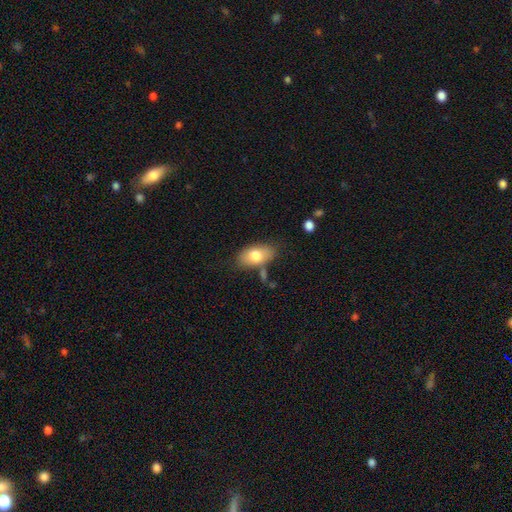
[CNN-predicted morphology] A smooth galaxy with no disk features (76%) that is in between round and cigar-shaped (92%).

Vote fractions:
- Smooth or featured? smooth: 76% / featured or disk: 17% / star or artifact: 7%
- How rounded? in between: 92% / round: 6% / cigar-shaped: 3%
- Merging? none: 70% / minor disturbance: 17% / merger: 7% / major disturbance: 5%